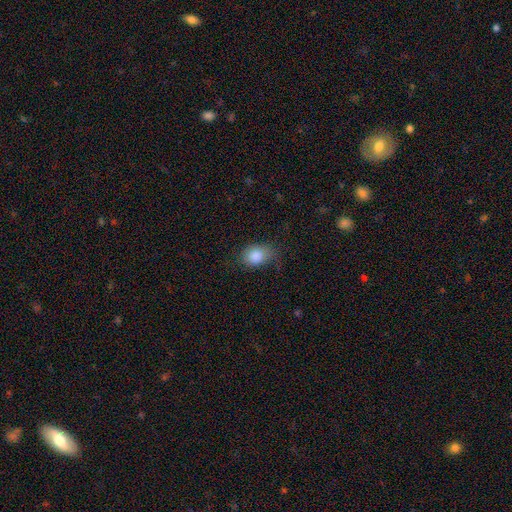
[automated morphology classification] Smooth or featured: smooth — 86% (star or artifact — 9%)
How rounded: in between — 62% (round — 37%)
Merging: none — 63% (minor disturbance — 26%)